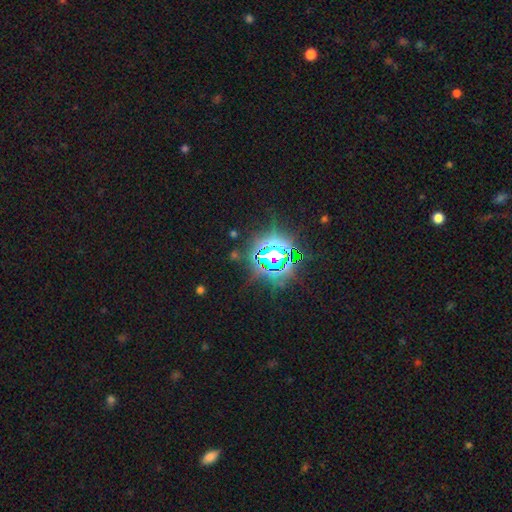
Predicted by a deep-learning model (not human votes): Overall: star or artifact (80%).